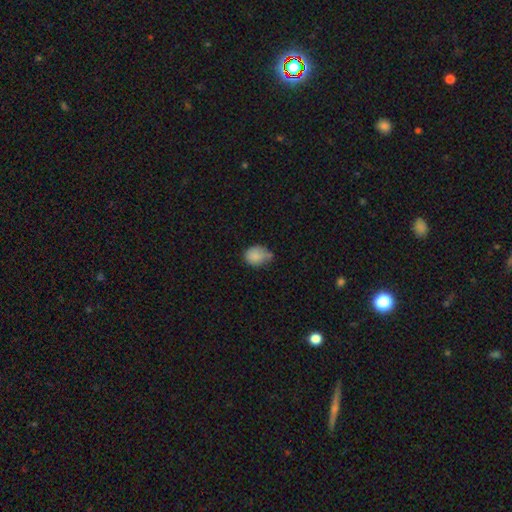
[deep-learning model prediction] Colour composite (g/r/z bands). It shows a smooth galaxy with no disk features (84%) that is in between round and cigar-shaped (50%). Merging: none (45%).